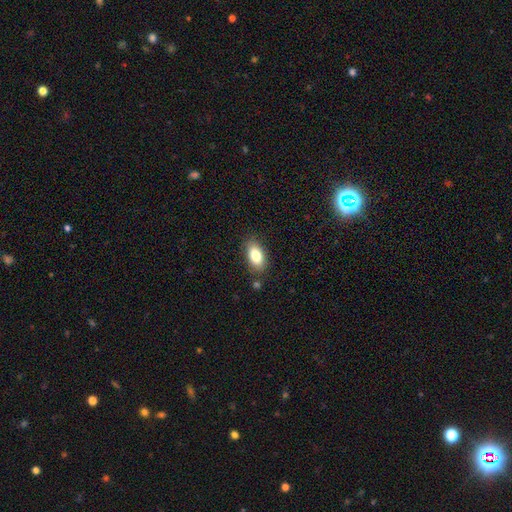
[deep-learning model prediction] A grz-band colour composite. It shows a smooth galaxy with no disk features (82%) that is in between round and cigar-shaped (91%). Merging: none (83%).